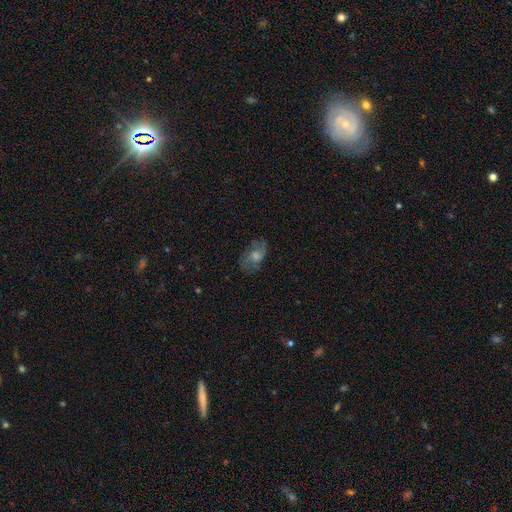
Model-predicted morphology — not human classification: Smooth or featured?
  - featured or disk: 54% *
  - smooth: 31%
  - star or artifact: 15%
Edge-on disk?
  - no: 93% *
  - yes: 7%
Bar?
  - no: 70% *
  - weak: 26%
  - strong: 4%
Spiral arms?
  - yes: 78% *
  - no: 22%
Bulge size?
  - moderate: 56% *
  - small: 20%
  - large: 16%
  - none: 6%
  - dominant: 2%
Merging?
  - none: 71% *
  - minor disturbance: 19%
  - major disturbance: 9%
  - merger: 2%